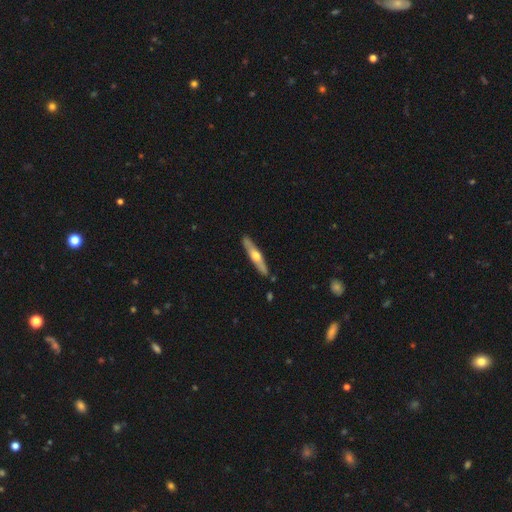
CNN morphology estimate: Overall: featured or disk (60%; smooth 35%). Edge-on disk: yes (90%). Edge-on bulge: rounded (90%). Merging: none (89%).